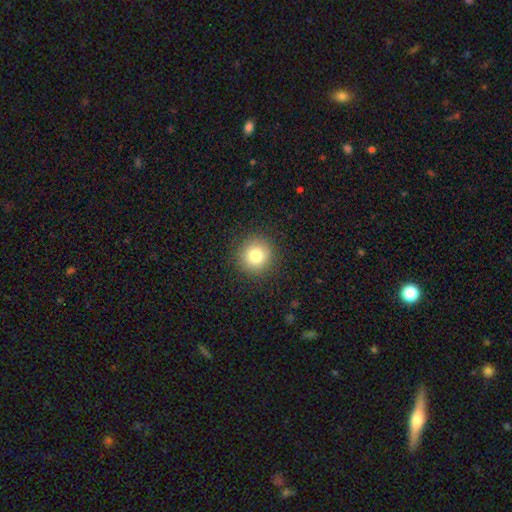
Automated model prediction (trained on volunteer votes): This is likely a smooth galaxy (80%). How rounded: clearly round (95%). Merging: clearly none (91%).